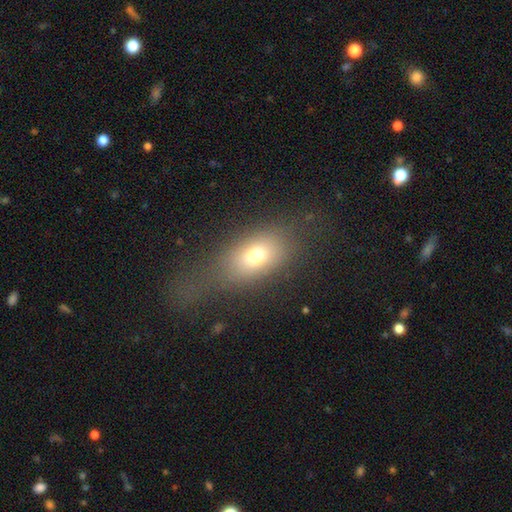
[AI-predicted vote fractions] Smooth or featured?
  - smooth: 71% *
  - featured or disk: 17%
  - star or artifact: 12%
How rounded?
  - in between: 79% *
  - round: 17%
  - cigar-shaped: 4%
Merging?
  - none: 45% *
  - major disturbance: 29%
  - minor disturbance: 20%
  - merger: 6%